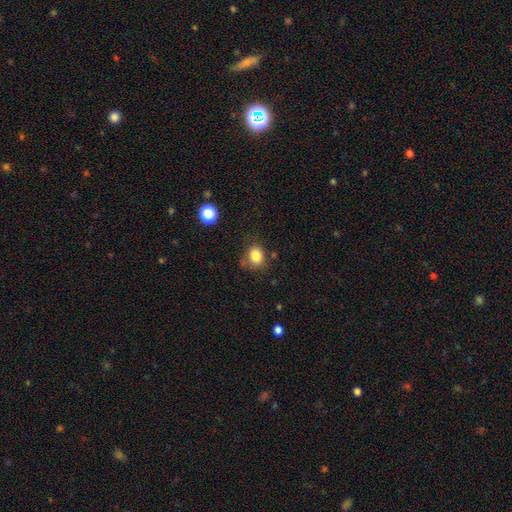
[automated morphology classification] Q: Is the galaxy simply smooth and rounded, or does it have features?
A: smooth — 83%.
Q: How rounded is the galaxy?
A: round — 58%.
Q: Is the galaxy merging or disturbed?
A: none — 72%.